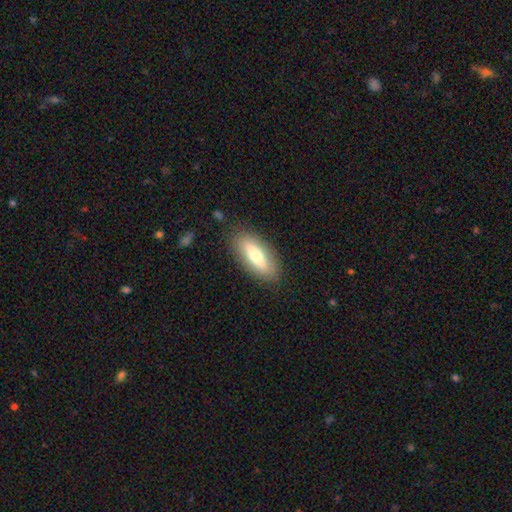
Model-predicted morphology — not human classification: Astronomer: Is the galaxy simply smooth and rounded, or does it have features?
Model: smooth — 65%.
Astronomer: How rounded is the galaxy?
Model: in between — 67%.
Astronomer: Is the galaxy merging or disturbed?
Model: none — 85%.